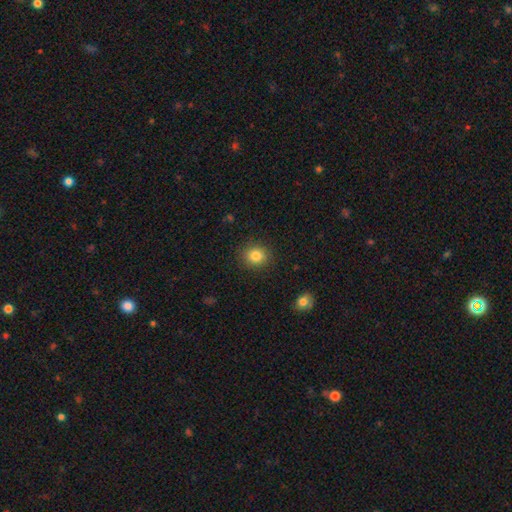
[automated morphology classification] A smooth galaxy with no disk features (84%) that is round (80%). Merging: none (89%).